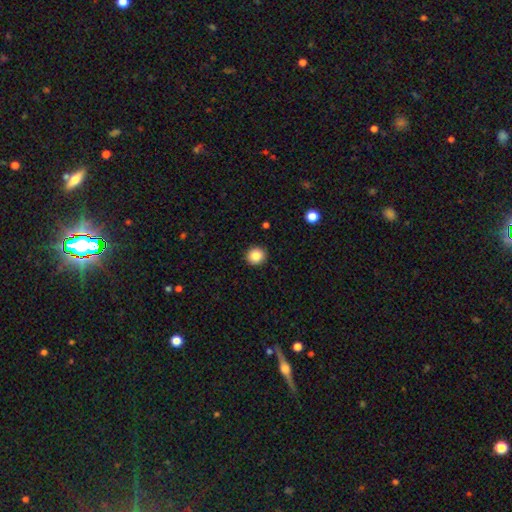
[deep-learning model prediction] A smooth galaxy with no disk features (86%) that is round (92%).

Vote fractions:
- Smooth or featured? smooth: 86% / star or artifact: 9% / featured or disk: 5%
- How rounded? round: 92% / in between: 7% / cigar-shaped: 1%
- Merging? none: 93% / minor disturbance: 5% / major disturbance: 2% / merger: 1%